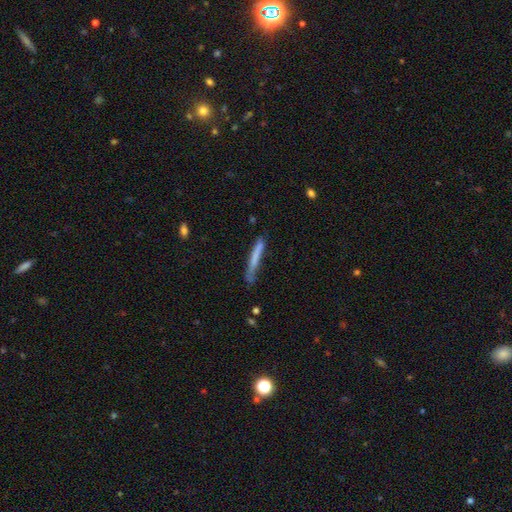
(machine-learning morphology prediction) Smooth or featured: smooth — 66% (featured or disk — 27%)
How rounded: cigar-shaped — 96% (in between — 3%)
Merging: none — 65% (minor disturbance — 24%)